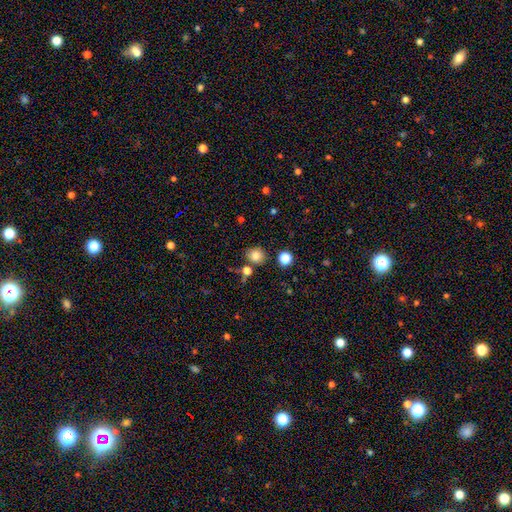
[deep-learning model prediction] smooth 82%, star or artifact 13%, featured or disk 6%. Down the decision tree: how rounded — round (85%); merging — none (80%).